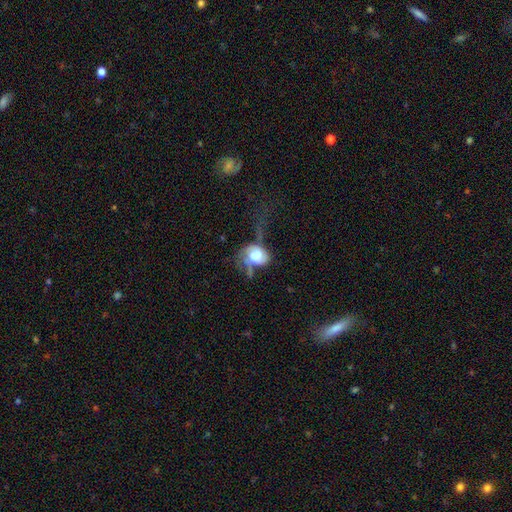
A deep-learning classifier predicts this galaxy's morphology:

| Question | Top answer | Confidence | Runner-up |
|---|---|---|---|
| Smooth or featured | featured or disk | 51% | smooth (40%) |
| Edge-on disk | no | 96% | yes (4%) |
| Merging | major disturbance | 51% | minor disturbance (19%) |